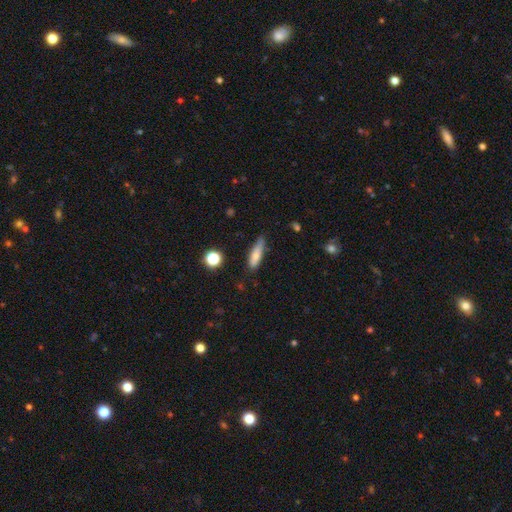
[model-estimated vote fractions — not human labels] A smooth galaxy with no disk features (73%) that is cigar-shaped (61%).

Vote fractions:
- Smooth or featured? smooth: 73% / featured or disk: 18% / star or artifact: 9%
- How rounded? cigar-shaped: 61% / in between: 36% / round: 3%
- Merging? none: 62% / minor disturbance: 29% / major disturbance: 6% / merger: 3%